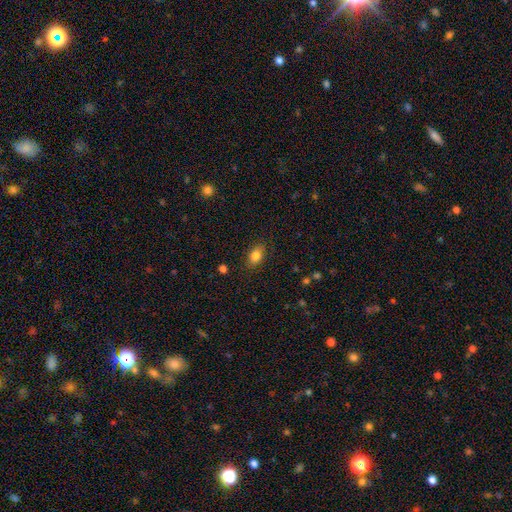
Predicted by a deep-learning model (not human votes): Morphology: type=smooth (82%); roundness=in between (83%); merging=none (86%).